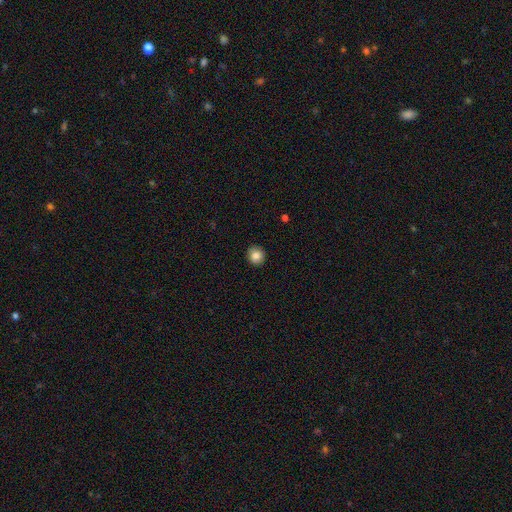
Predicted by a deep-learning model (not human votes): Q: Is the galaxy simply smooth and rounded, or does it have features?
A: smooth — 84%.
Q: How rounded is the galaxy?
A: round — 89%.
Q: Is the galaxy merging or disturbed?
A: none — 91%.